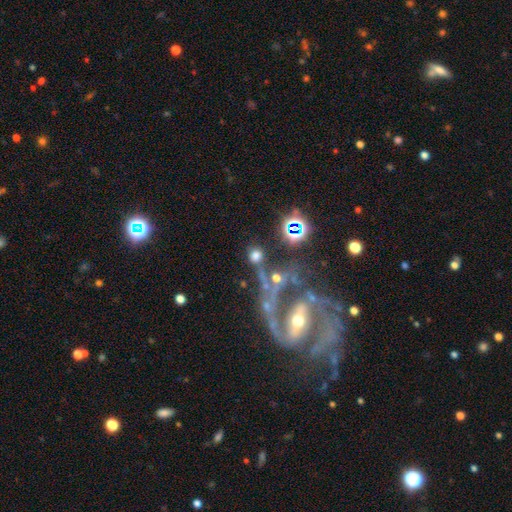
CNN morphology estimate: type=smooth (63%); roundness=round (86%); merging=none (60%).